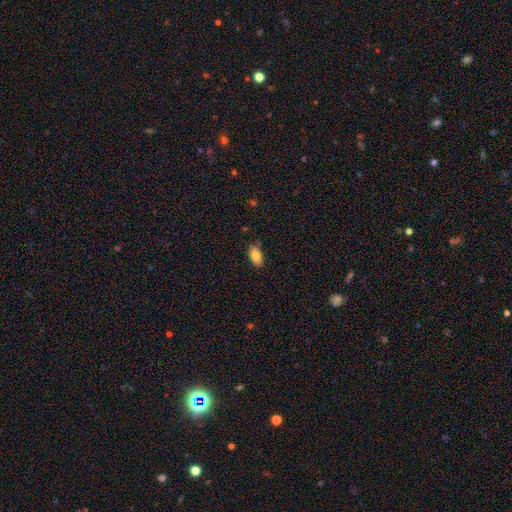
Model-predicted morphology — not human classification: Overall: smooth (83%). How rounded: in between (93%). Merging: none (80%).